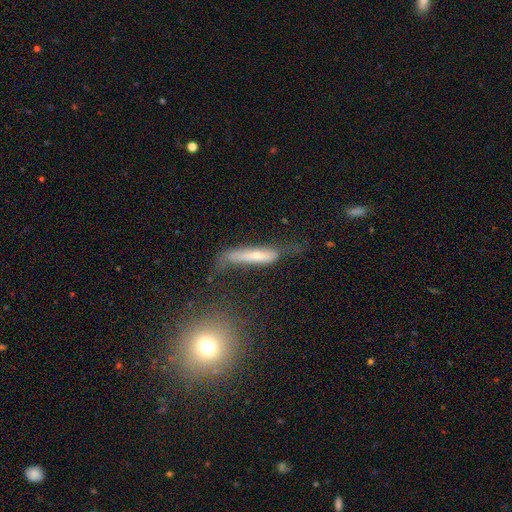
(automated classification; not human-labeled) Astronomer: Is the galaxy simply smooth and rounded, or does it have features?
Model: smooth — 50% (runner-up: featured or disk, 42%).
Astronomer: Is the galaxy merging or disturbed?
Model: none — 35% (runner-up: major disturbance, 29%).